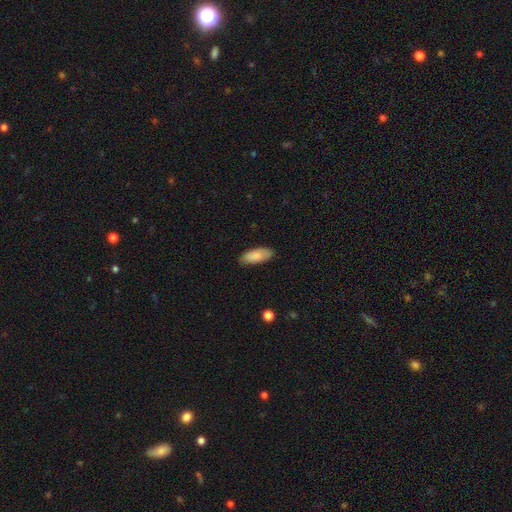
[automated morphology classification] The model was most divided on "how rounded": in between: 82%, cigar-shaped: 16%, round: 2%. More confident: smooth or featured — smooth (86%); merging — none (84%).